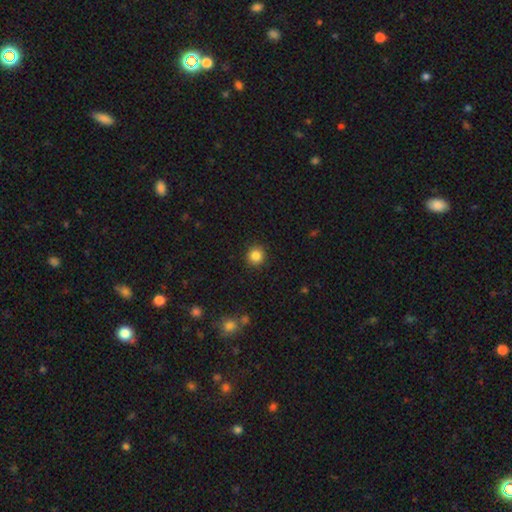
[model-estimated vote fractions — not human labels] A smooth galaxy with no disk features (85%) that is round (94%). Merging: none (91%).